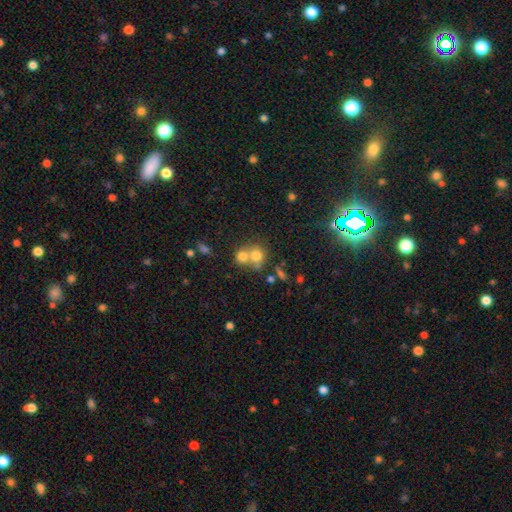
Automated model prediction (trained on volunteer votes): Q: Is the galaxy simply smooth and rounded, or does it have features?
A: smooth — 72%.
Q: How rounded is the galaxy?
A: round — 82%.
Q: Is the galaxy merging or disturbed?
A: merger — 56%.